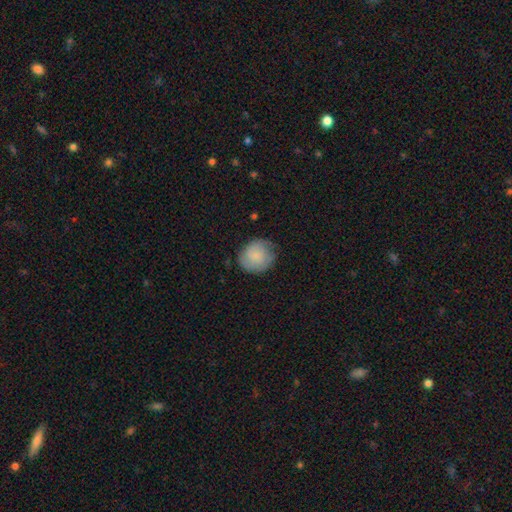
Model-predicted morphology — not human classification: smooth 73%, featured or disk 20%, star or artifact 7%. Down the decision tree: how rounded — round (82%); merging — none (71%).